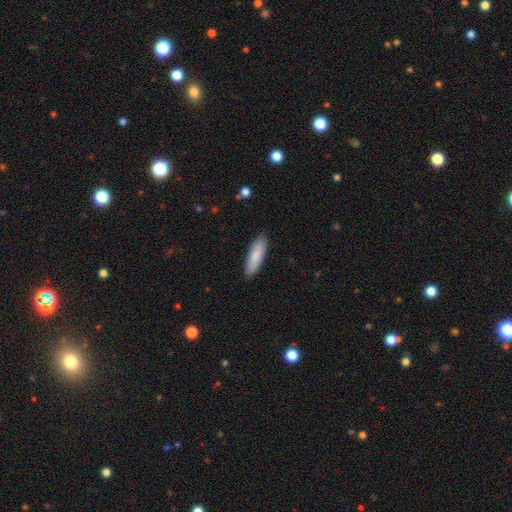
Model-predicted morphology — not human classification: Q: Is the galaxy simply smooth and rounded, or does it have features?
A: smooth — 85%.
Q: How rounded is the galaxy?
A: cigar-shaped — 57%.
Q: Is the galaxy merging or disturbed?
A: none — 87%.